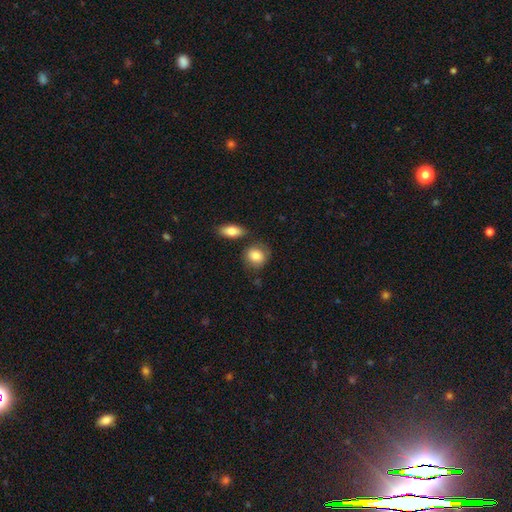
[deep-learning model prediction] smooth_or_featured: smooth (p=0.84) [alt: featured or disk p=0.09]
how_rounded: round (p=0.65) [alt: in between p=0.33]
merging: none (p=0.69) [alt: minor disturbance p=0.17]